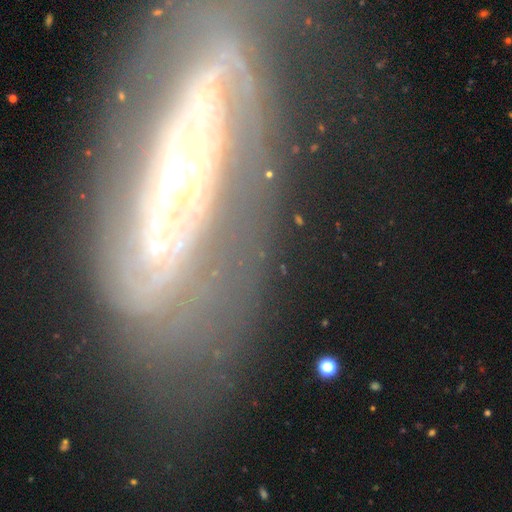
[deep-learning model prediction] Smooth or featured?
  - featured or disk: 83% *
  - smooth: 10%
  - star or artifact: 7%
Edge-on disk?
  - no: 79% *
  - yes: 21%
Bar?
  - no: 58% *
  - weak: 22%
  - strong: 21%
Spiral arms?
  - yes: 74% *
  - no: 26%
Bulge size?
  - moderate: 59% *
  - small: 26%
  - large: 11%
  - dominant: 2%
  - none: 2%
Merging?
  - none: 61% *
  - minor disturbance: 18%
  - major disturbance: 17%
  - merger: 4%